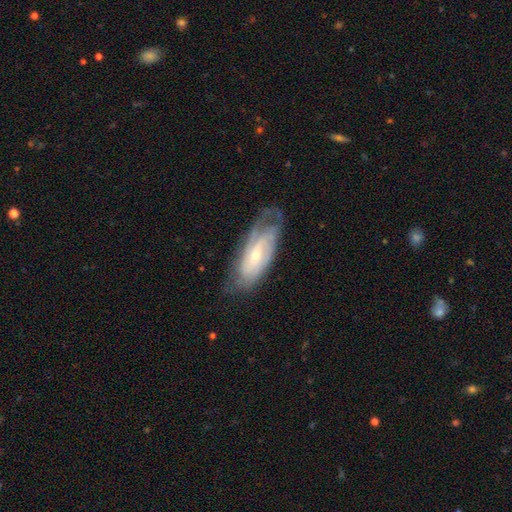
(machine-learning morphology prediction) The model was most divided on "spiral arm count": can't tell: 45%, 2: 28%, 3: 12%, 4: 6%, 1: 6%, more than 4: 3%. More confident: spiral arms — yes (90%); edge-on disk — no (88%); smooth or featured — featured or disk (76%); bulge size — small (64%); merging — none (62%); spiral winding — tight (57%); bar — no (56%).